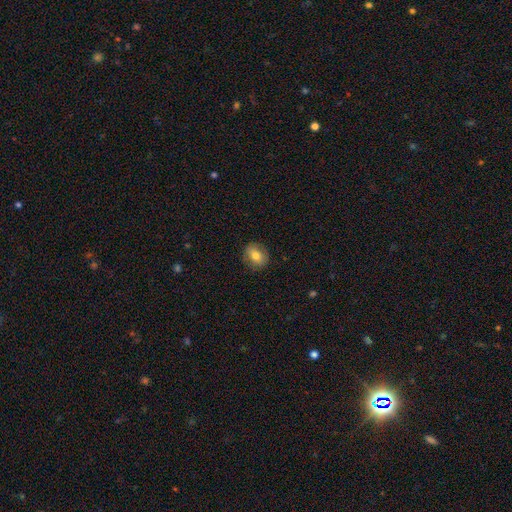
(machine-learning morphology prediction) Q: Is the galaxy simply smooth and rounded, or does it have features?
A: smooth — 71%.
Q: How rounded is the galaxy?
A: round — 66%.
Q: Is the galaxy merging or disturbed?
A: none — 84%.